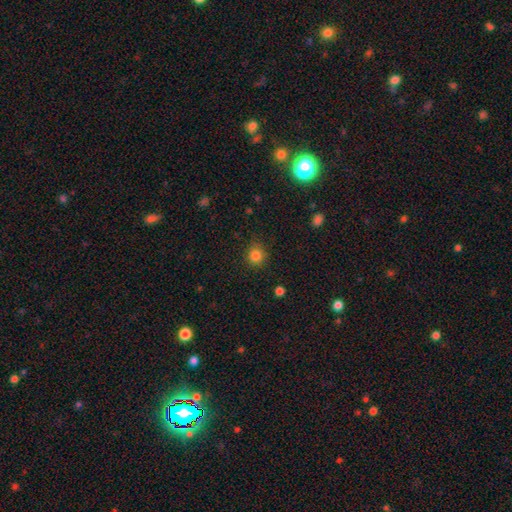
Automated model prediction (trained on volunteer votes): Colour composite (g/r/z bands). It shows a smooth galaxy with no disk features (82%) that is round (86%). Merging: none (84%).